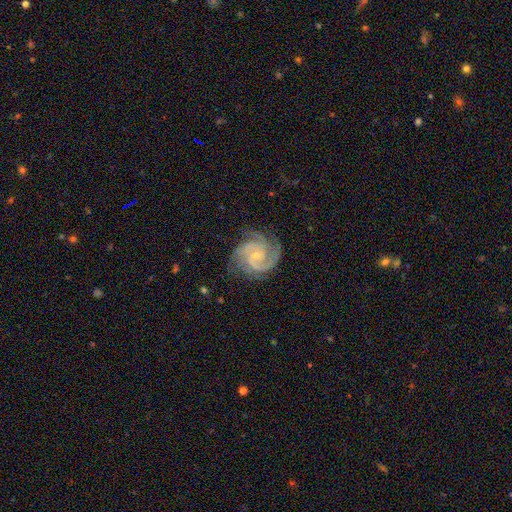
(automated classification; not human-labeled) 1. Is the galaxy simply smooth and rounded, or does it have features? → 90% featured or disk, 5% smooth, 5% star or artifact.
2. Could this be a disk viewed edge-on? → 98% no, 2% yes.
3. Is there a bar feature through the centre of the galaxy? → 63% no, 31% weak, 6% strong.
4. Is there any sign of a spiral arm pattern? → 98% yes, 2% no.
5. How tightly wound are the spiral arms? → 56% tight, 38% medium, 6% loose.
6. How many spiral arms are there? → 43% 3, 29% 2, 10% can't tell, 8% 4, 5% 1, 5% more than 4.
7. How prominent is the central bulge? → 75% small, 20% moderate, 3% none, 1% large, 1% dominant.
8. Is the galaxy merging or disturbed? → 74% none, 18% minor disturbance, 7% major disturbance, 1% merger.